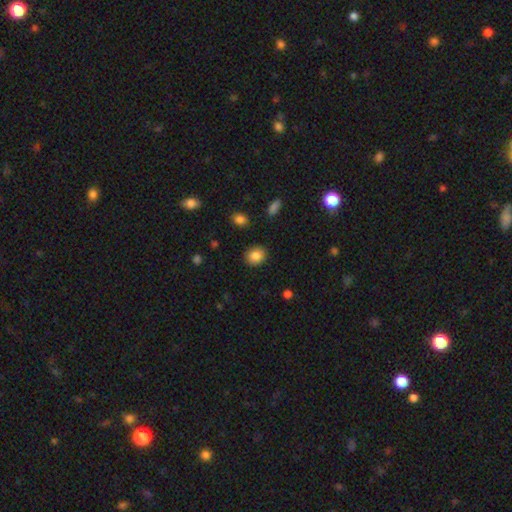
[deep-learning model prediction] Smooth or featured? smooth (85%)
How rounded? round (64%)
Merging? none (88%)